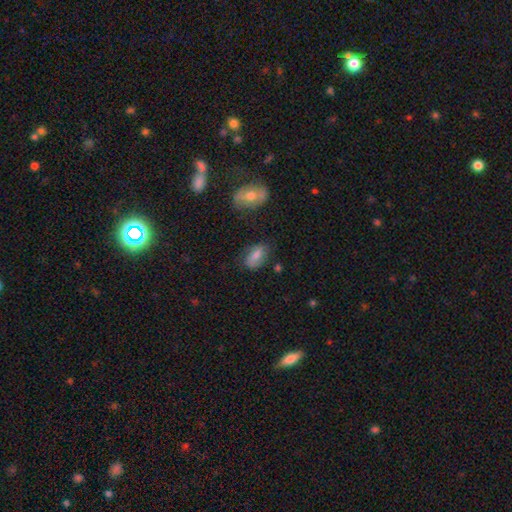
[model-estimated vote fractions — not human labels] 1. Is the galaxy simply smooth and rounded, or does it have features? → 72% smooth, 20% featured or disk, 8% star or artifact.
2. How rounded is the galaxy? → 89% in between, 8% round, 3% cigar-shaped.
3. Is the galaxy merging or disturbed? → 65% none, 24% minor disturbance, 7% major disturbance, 3% merger.